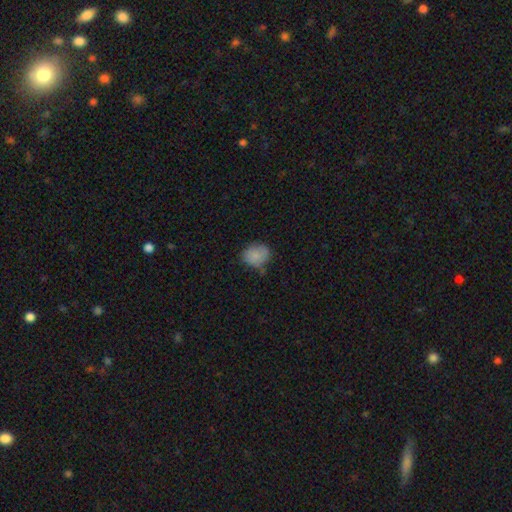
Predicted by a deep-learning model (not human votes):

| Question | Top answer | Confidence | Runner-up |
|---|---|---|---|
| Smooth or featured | smooth | 83% | star or artifact (9%) |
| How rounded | round | 59% | in between (40%) |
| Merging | none | 60% | minor disturbance (28%) |